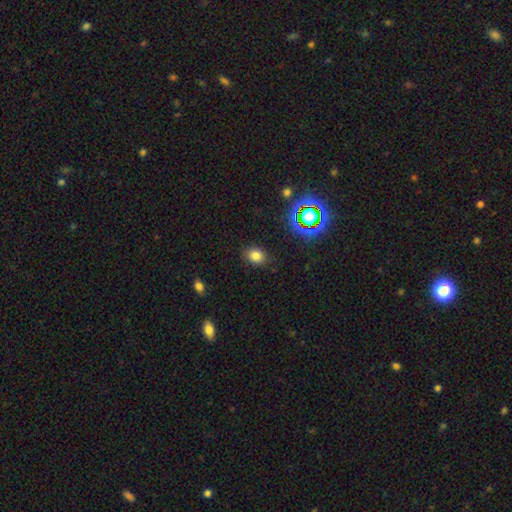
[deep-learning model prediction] smooth 77%, star or artifact 16%, featured or disk 7%. Down the decision tree: how rounded — in between (55%); merging — none (84%).